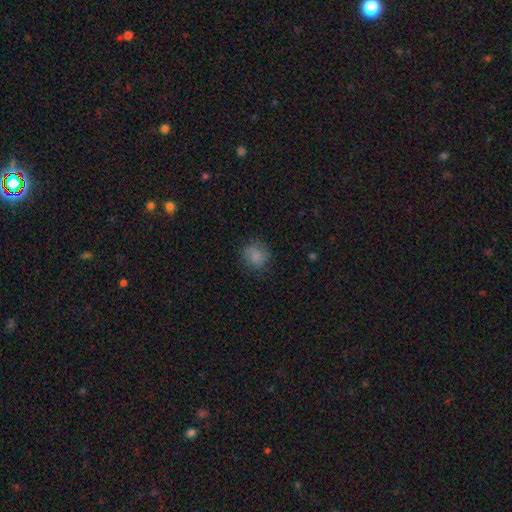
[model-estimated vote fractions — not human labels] The model was most divided on "merging": none: 81%, minor disturbance: 14%, major disturbance: 4%, merger: 1%. More confident: how rounded — round (85%); smooth or featured — smooth (85%).